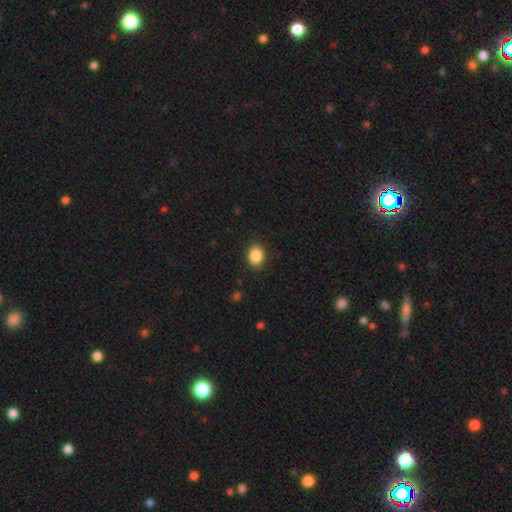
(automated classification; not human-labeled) A smooth galaxy with no disk features (87%) that is round (55%). Merging: none (89%).